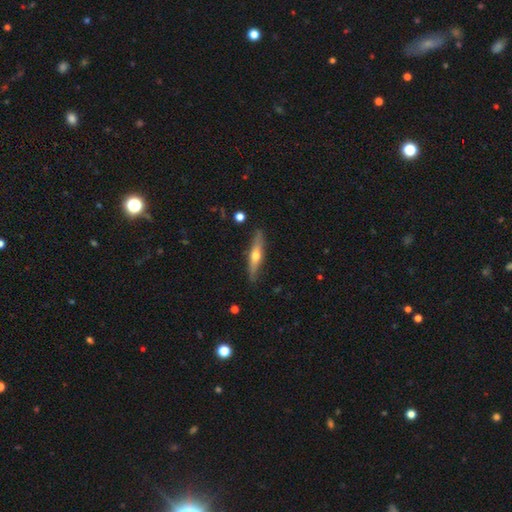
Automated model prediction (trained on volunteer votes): Smooth or featured? featured or disk (56%)
Edge-on disk? yes (91%)
Edge-on bulge? rounded (90%)
Merging? none (85%)